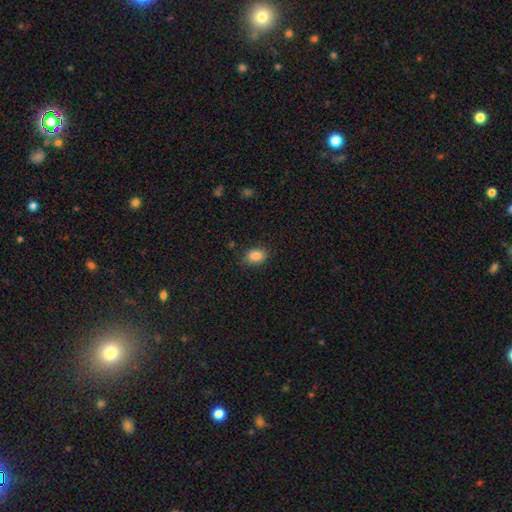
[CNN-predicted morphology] This appears to be a smooth galaxy with no disk features (87%) that is in between round and cigar-shaped (75%). Merging: none (83%).